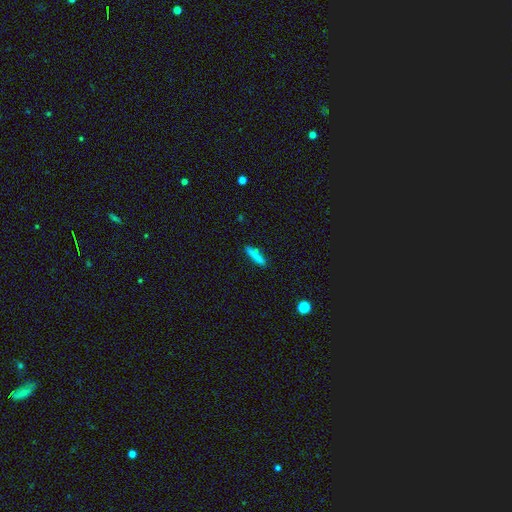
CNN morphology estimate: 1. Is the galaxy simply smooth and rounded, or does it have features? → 82% smooth, 10% featured or disk, 8% star or artifact.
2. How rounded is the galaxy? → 84% cigar-shaped, 14% in between, 2% round.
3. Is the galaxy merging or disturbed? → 83% none, 11% minor disturbance, 3% merger, 3% major disturbance.